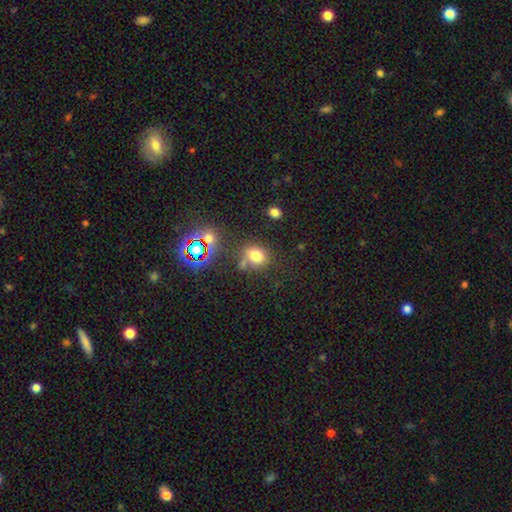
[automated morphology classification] This appears to be a smooth galaxy with no disk features (72%) that is round (63%). Merging: none (62%).